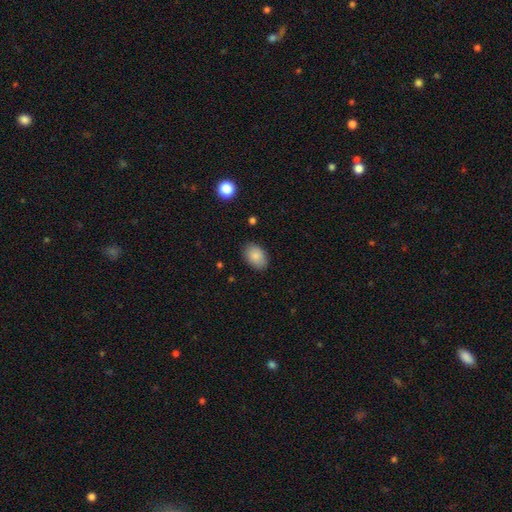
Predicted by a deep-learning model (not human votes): A smooth galaxy with no disk features (86%) that is in between round and cigar-shaped (84%).

Vote fractions:
- Smooth or featured? smooth: 86% / star or artifact: 8% / featured or disk: 7%
- How rounded? in between: 84% / round: 15% / cigar-shaped: 1%
- Merging? none: 85% / minor disturbance: 11% / major disturbance: 3% / merger: 1%